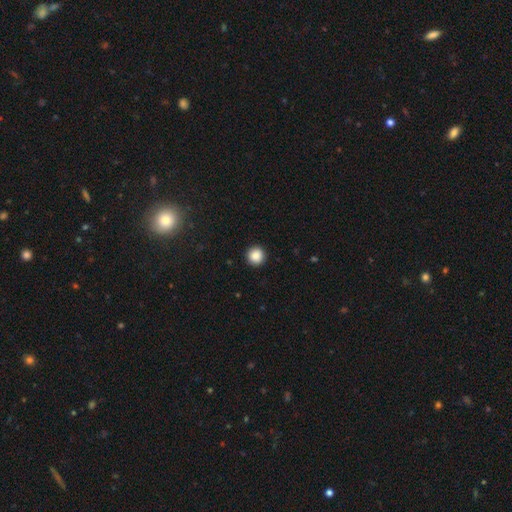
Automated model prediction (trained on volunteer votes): Smooth or featured?
  - smooth: 88% *
  - star or artifact: 9%
  - featured or disk: 3%
How rounded?
  - round: 95% *
  - in between: 4%
  - cigar-shaped: 1%
Merging?
  - none: 93% *
  - minor disturbance: 5%
  - major disturbance: 2%
  - merger: 1%